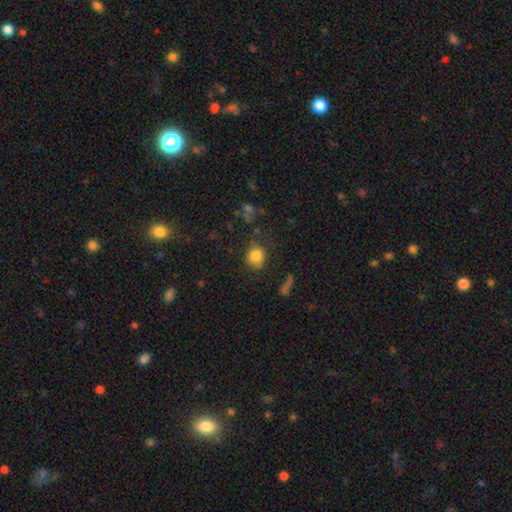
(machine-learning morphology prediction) smooth_or_featured: smooth (p=0.81) [alt: star or artifact p=0.11]
how_rounded: round (p=0.77) [alt: in between p=0.22]
merging: none (p=0.71) [alt: minor disturbance p=0.17]